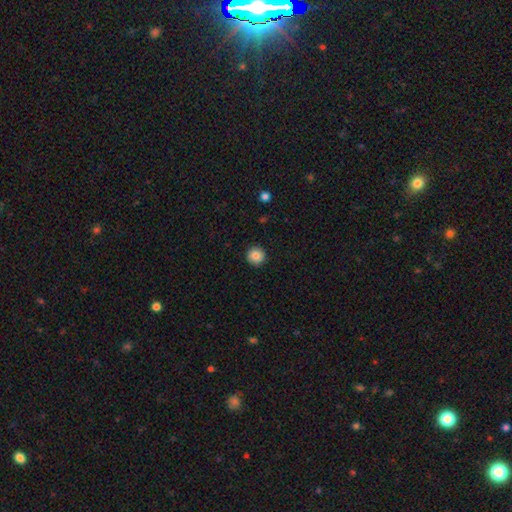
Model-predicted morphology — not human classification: Smooth or featured? Predicted: smooth (p=0.85). How rounded? Predicted: round (p=0.95). Merging? Predicted: none (p=0.92).